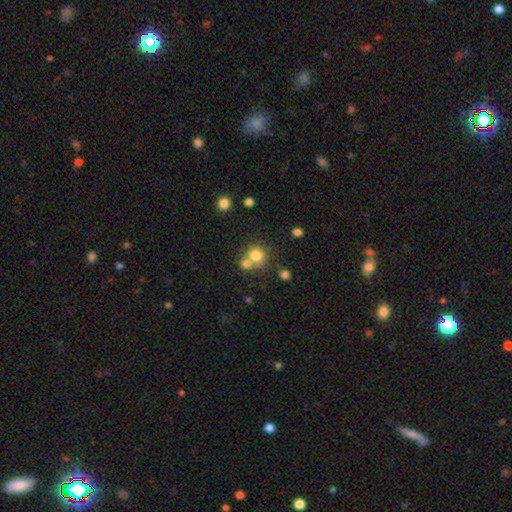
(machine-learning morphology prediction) Smooth or featured: smooth — 77% (star or artifact — 12%)
How rounded: round — 87% (in between — 12%)
Merging: none — 47% (merger — 41%)